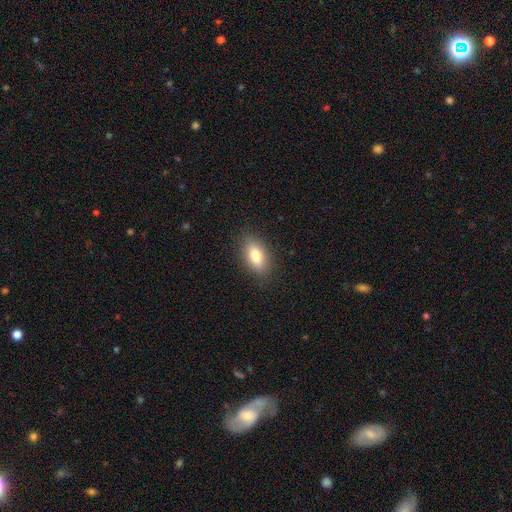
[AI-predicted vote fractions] This appears to be a smooth galaxy with no disk features (74%) that is in between round and cigar-shaped (82%). Merging: none (87%).